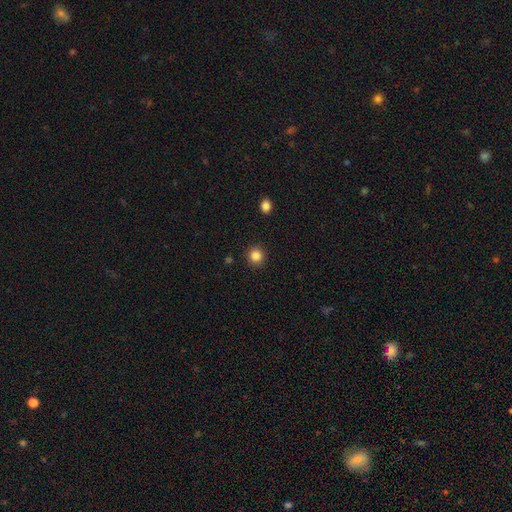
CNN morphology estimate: Smooth or featured? Predicted: smooth (p=0.85). How rounded? Predicted: round (p=0.92). Merging? Predicted: none (p=0.91).